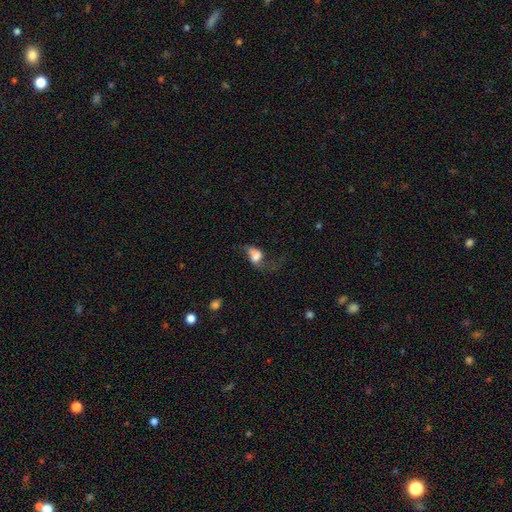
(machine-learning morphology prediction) This appears to be a smooth galaxy with no disk features (50%). Merging: major disturbance (43%).